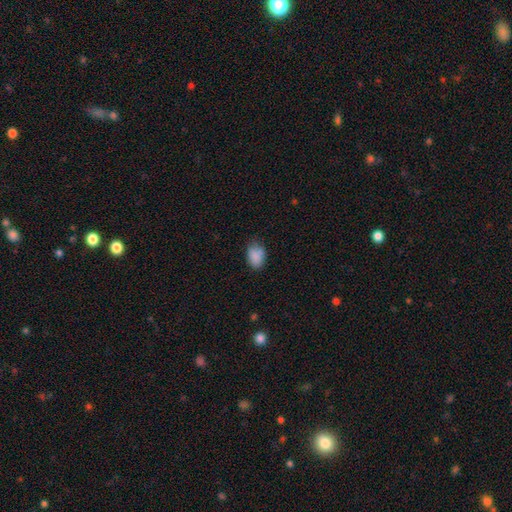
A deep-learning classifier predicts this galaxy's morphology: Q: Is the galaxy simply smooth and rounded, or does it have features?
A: smooth — 85%.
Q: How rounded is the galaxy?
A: in between — 80%.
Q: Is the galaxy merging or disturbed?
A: none — 64%.